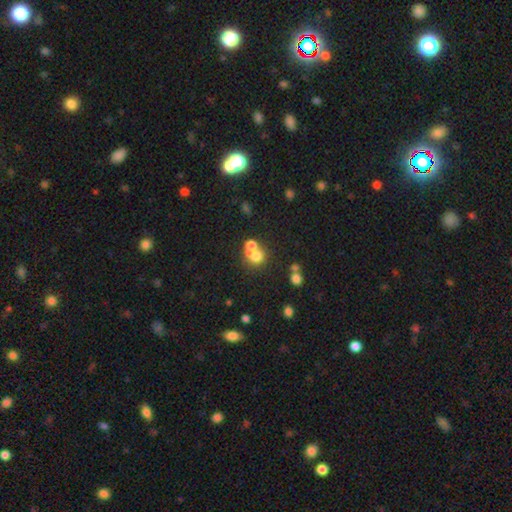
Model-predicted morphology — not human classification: Q: Smooth or featured?
A: smooth (67%); runner-up: featured or disk (17%)
Q: How rounded?
A: round (80%); runner-up: in between (19%)
Q: Merging?
A: merger (46%); runner-up: none (41%)